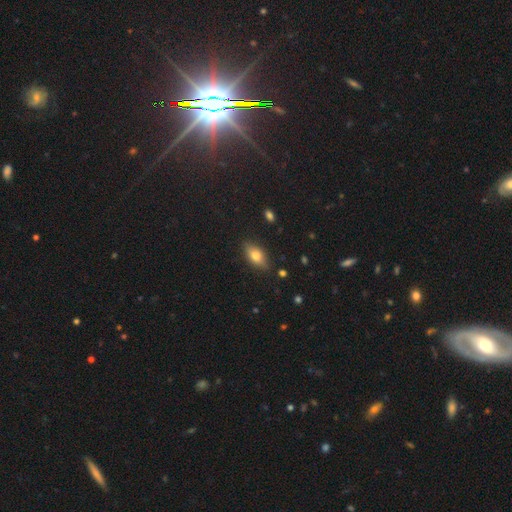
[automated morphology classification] A smooth galaxy with no disk features (66%) that is in between round and cigar-shaped (82%).

Vote fractions:
- Smooth or featured? smooth: 66% / featured or disk: 25% / star or artifact: 9%
- How rounded? in between: 82% / cigar-shaped: 13% / round: 5%
- Merging? none: 84% / minor disturbance: 12% / major disturbance: 3% / merger: 1%